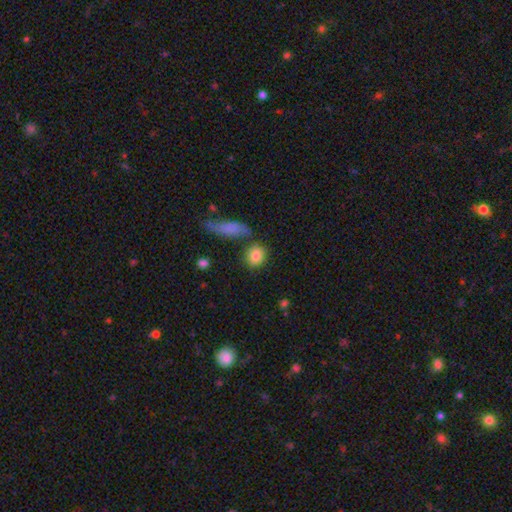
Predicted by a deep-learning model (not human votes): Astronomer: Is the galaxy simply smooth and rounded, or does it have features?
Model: smooth — 84%.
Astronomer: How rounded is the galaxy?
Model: round — 56% (runner-up: in between, 40%).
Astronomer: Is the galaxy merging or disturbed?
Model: none — 68%.